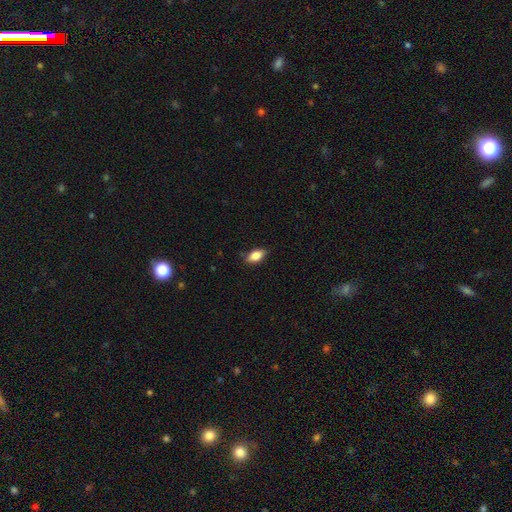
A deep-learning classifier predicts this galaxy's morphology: The model was most divided on "merging": none: 82%, minor disturbance: 14%, major disturbance: 3%, merger: 1%. More confident: how rounded — in between (88%); smooth or featured — smooth (82%).